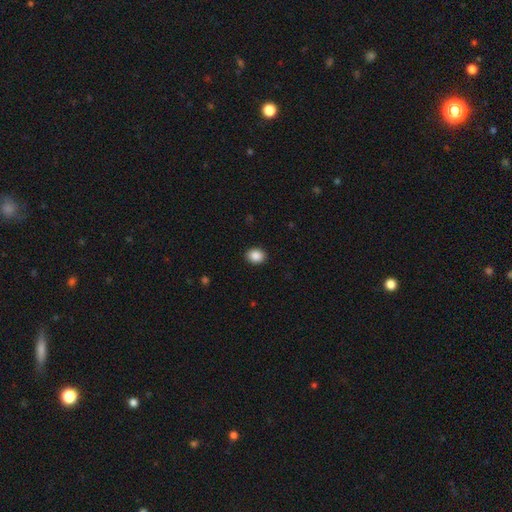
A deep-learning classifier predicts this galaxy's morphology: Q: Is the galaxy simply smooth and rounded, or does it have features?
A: smooth — 88%.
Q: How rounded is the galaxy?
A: in between — 50%.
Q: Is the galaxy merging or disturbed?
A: none — 91%.